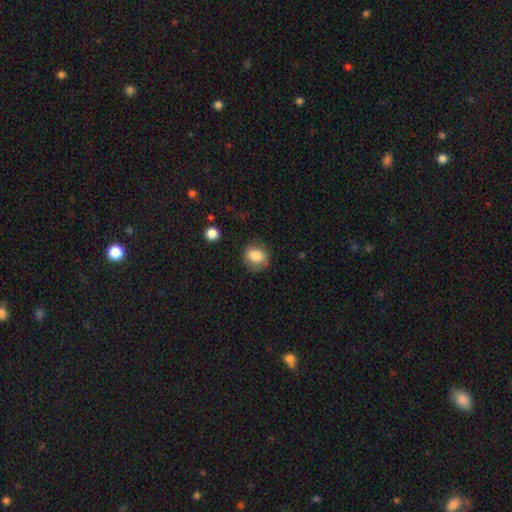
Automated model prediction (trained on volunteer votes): A smooth galaxy with no disk features (83%) that is round (67%).

Vote fractions:
- Smooth or featured? smooth: 83% / star or artifact: 9% / featured or disk: 8%
- How rounded? round: 67% / in between: 32% / cigar-shaped: 1%
- Merging? none: 74% / minor disturbance: 18% / major disturbance: 6% / merger: 2%